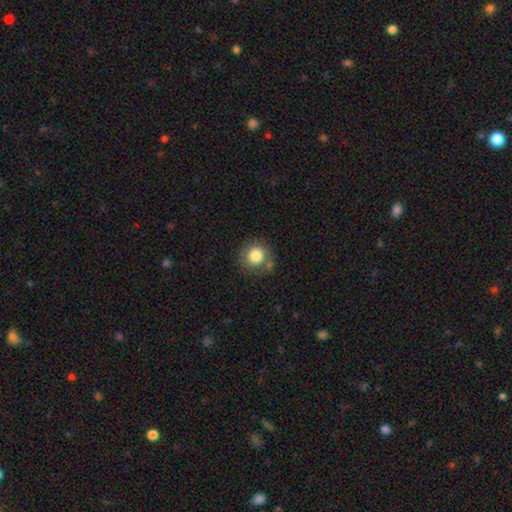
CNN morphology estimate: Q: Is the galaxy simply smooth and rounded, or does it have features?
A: smooth — 82%.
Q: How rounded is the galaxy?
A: round — 91%.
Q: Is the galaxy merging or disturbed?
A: none — 75%.